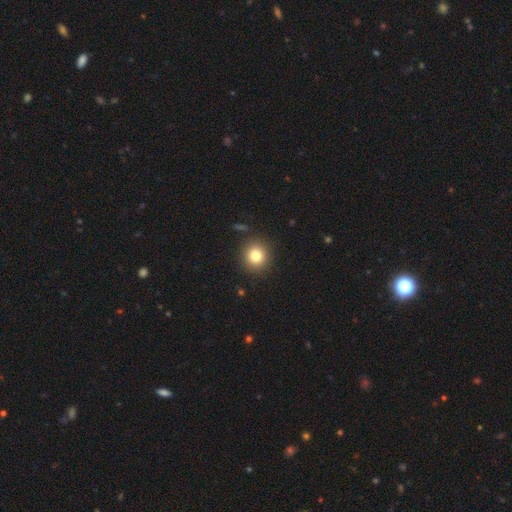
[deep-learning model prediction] Smooth or featured: smooth — 80% (star or artifact — 12%)
How rounded: round — 90% (in between — 9%)
Merging: none — 90% (minor disturbance — 6%)